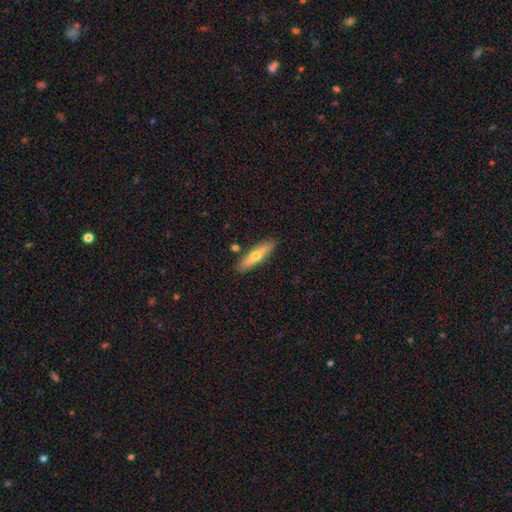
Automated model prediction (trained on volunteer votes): A smooth galaxy with no disk features (56%) that is cigar-shaped (67%). Merging: none (84%).